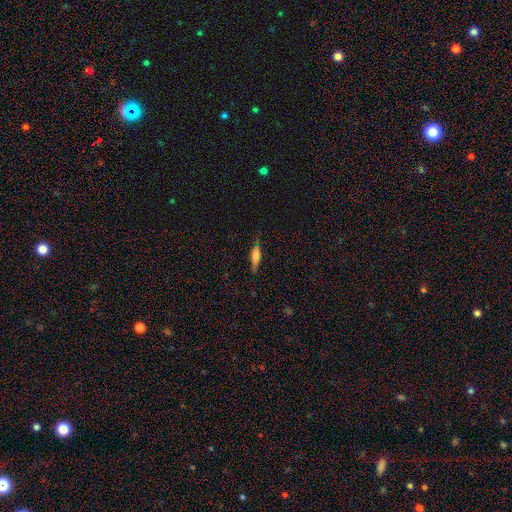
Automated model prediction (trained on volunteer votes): Morphology: type=smooth (49%); merging=none (77%).